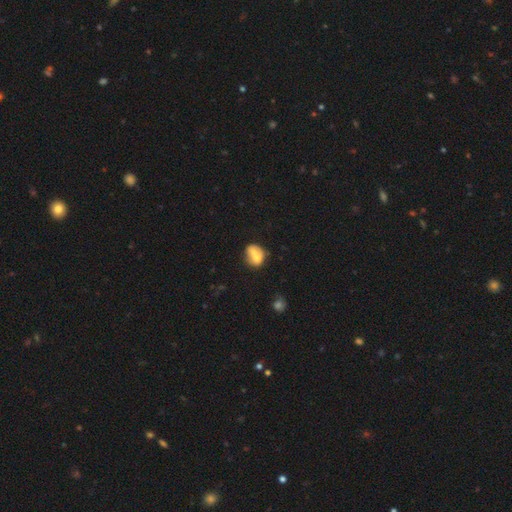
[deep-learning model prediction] The model was most divided on "how rounded": round: 55%, in between: 44%, cigar-shaped: 1%. Remaining: smooth or featured — smooth (61%); merging — merger (48%).